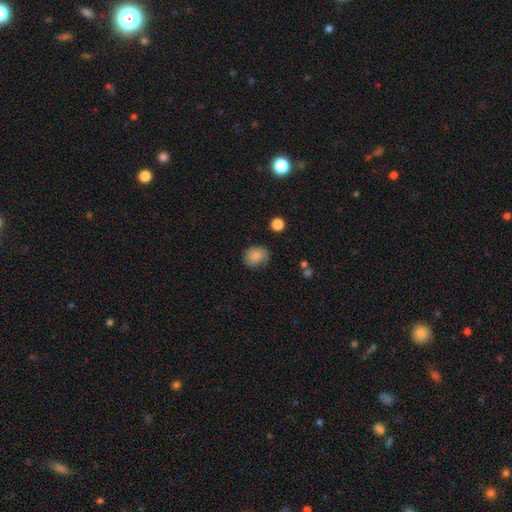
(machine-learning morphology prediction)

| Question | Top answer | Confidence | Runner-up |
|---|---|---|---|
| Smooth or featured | smooth | 84% | star or artifact (9%) |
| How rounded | round | 57% | in between (42%) |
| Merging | none | 73% | minor disturbance (21%) |